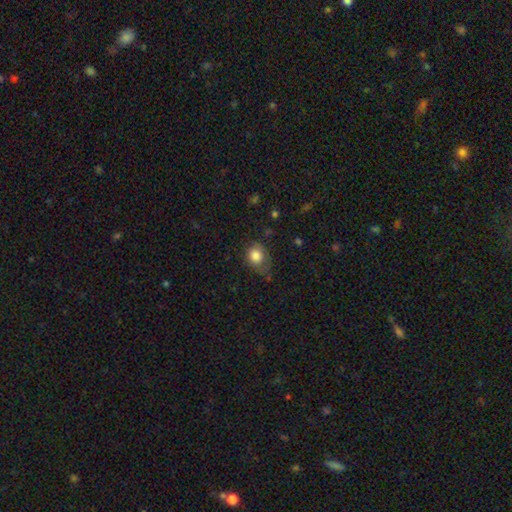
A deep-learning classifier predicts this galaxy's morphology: Smooth or featured? smooth (81%)
How rounded? round (56%)
Merging? none (49%)